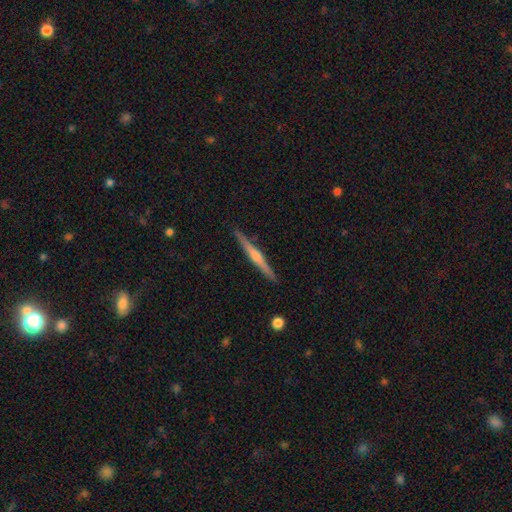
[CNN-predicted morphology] A featured or disk galaxy (77%) viewed edge-on (98%) with a rounded central bulge (82%).

Vote fractions:
- Smooth or featured? featured or disk: 77% / smooth: 18% / star or artifact: 6%
- Edge-on disk? yes: 98% / no: 2%
- Edge-on bulge? rounded: 82% / none: 10% / boxy: 7%
- Merging? none: 91% / minor disturbance: 6% / major disturbance: 1% / merger: 1%